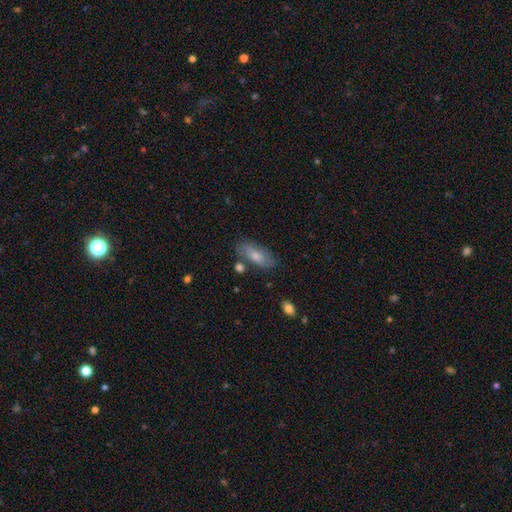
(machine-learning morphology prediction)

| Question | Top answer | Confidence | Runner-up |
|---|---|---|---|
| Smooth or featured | smooth | 63% | featured or disk (27%) |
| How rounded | in between | 77% | cigar-shaped (20%) |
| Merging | none | 78% | minor disturbance (14%) |